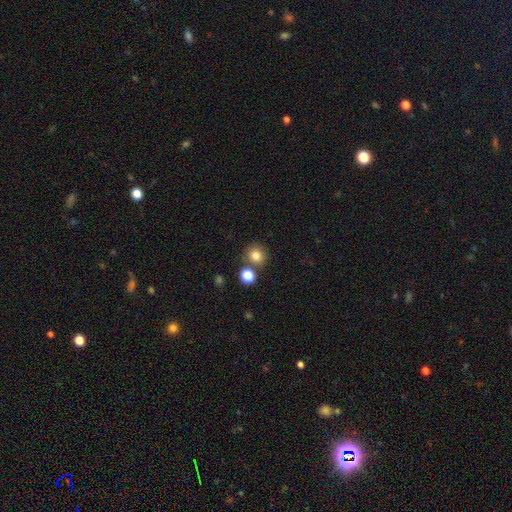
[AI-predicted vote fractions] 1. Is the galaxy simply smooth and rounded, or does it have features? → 81% smooth, 13% star or artifact, 6% featured or disk.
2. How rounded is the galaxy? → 89% round, 10% in between, 1% cigar-shaped.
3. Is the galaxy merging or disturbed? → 76% none, 13% merger, 8% minor disturbance, 3% major disturbance.